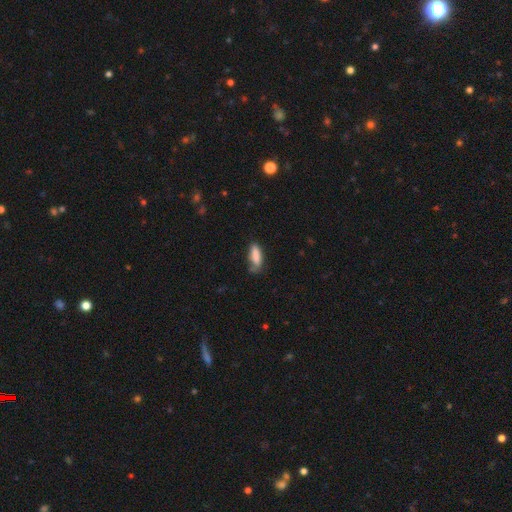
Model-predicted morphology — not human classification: smooth 84%, featured or disk 9%, star or artifact 7%. Down the decision tree: how rounded — in between (61%); merging — none (55%).